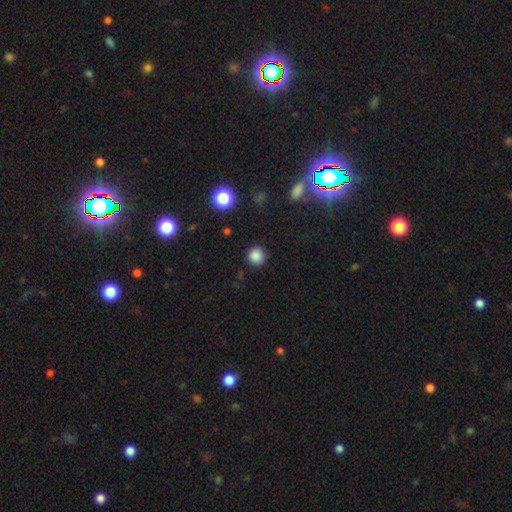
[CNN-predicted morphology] Q: Smooth or featured?
A: smooth (84%); runner-up: star or artifact (12%)
Q: How rounded?
A: round (94%); runner-up: in between (5%)
Q: Merging?
A: none (90%); runner-up: minor disturbance (7%)